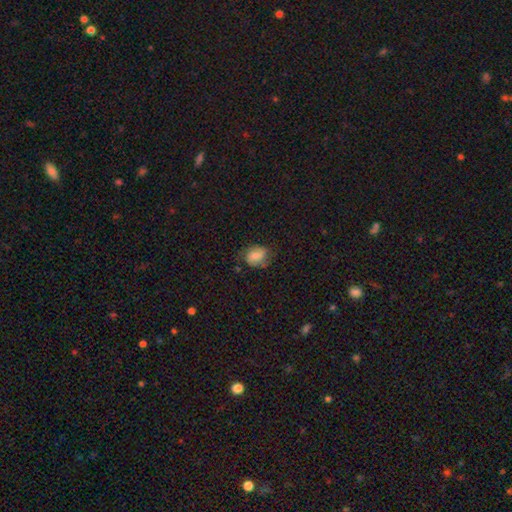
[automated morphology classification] Smooth or featured?
  - smooth: 61% *
  - featured or disk: 30%
  - star or artifact: 9%
How rounded?
  - in between: 71% *
  - round: 28%
  - cigar-shaped: 1%
Merging?
  - none: 58% *
  - minor disturbance: 27%
  - major disturbance: 13%
  - merger: 2%